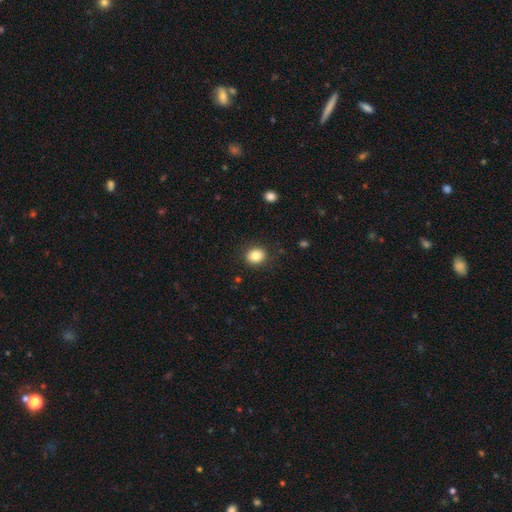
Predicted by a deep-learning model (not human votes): Smooth or featured: smooth — 83% (star or artifact — 10%)
How rounded: round — 67% (in between — 32%)
Merging: none — 88% (minor disturbance — 8%)